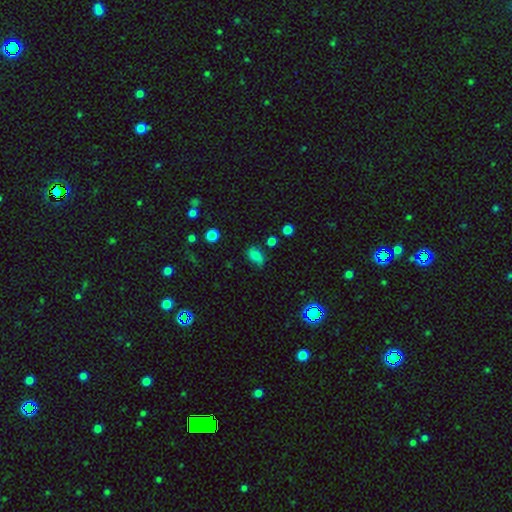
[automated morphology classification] Overall: smooth (73%). How rounded: in between (80%). Merging: none (54%; minor disturbance 32%).